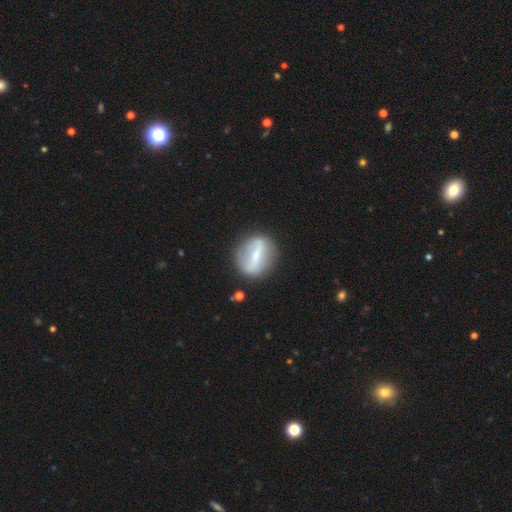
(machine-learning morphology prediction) Smooth or featured? featured or disk (57%)
Edge-on disk? no (87%)
Merging? none (79%)